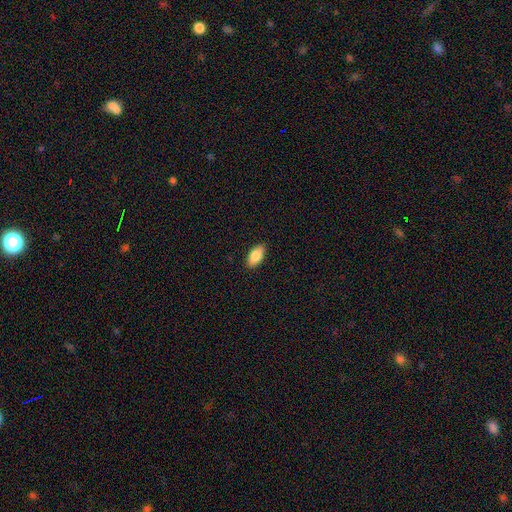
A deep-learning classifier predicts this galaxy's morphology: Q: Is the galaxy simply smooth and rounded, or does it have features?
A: smooth — 85%.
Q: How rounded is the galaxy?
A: in between — 92%.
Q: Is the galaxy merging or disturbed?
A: none — 89%.